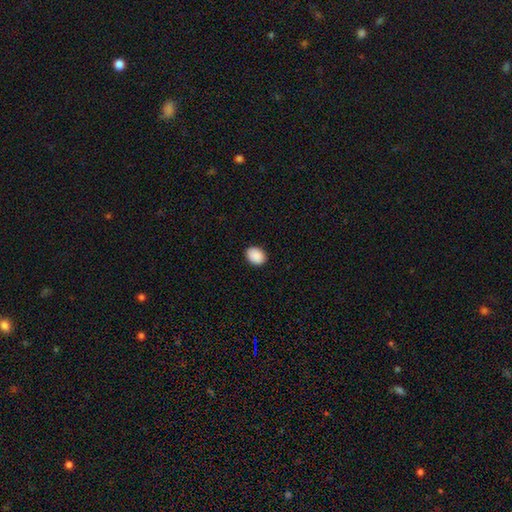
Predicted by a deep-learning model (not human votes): Smooth or featured? Predicted: smooth (p=0.90). How rounded? Predicted: in between (p=0.61). Merging? Predicted: none (p=0.89).